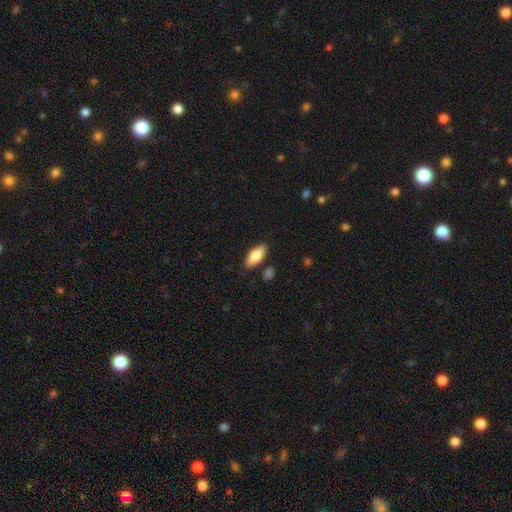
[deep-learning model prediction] Smooth or featured? Predicted: smooth (p=0.76). How rounded? Predicted: in between (p=0.76). Merging? Predicted: none (p=0.84).